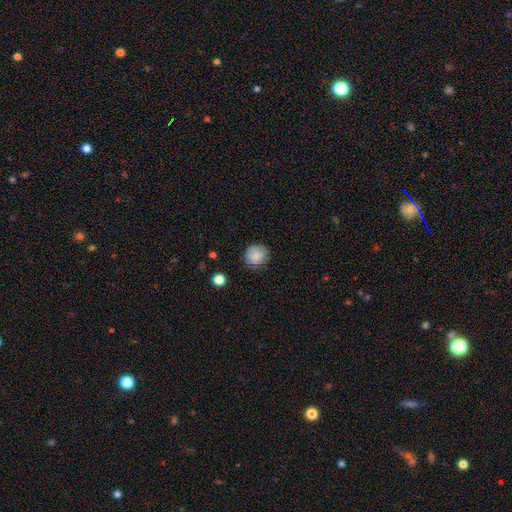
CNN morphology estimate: Smooth or featured? Predicted: smooth (p=0.84). How rounded? Predicted: round (p=0.88). Merging? Predicted: none (p=0.83).